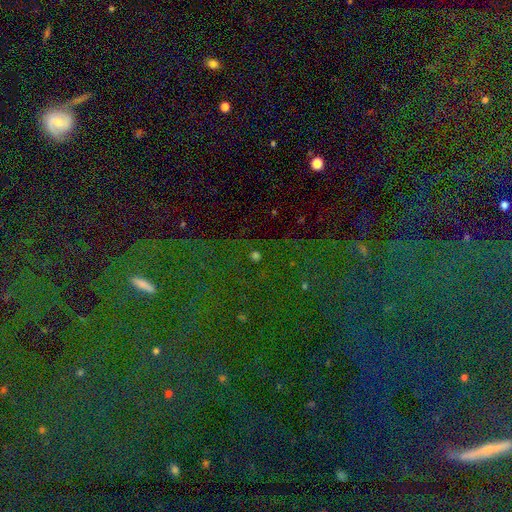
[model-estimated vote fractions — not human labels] Smooth or featured: star or artifact — 71% (smooth — 20%)